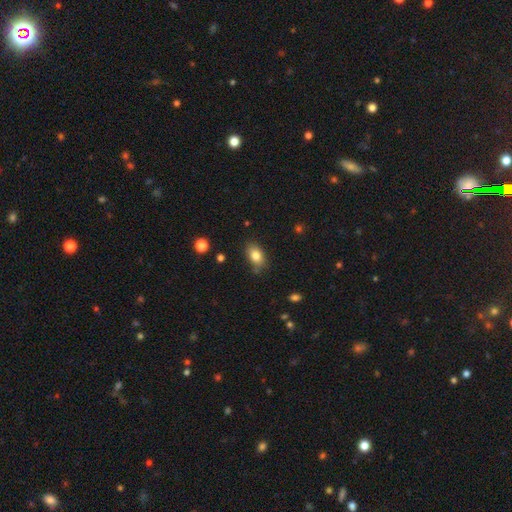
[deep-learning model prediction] Overall: smooth (82%). How rounded: in between (85%). Merging: none (78%).